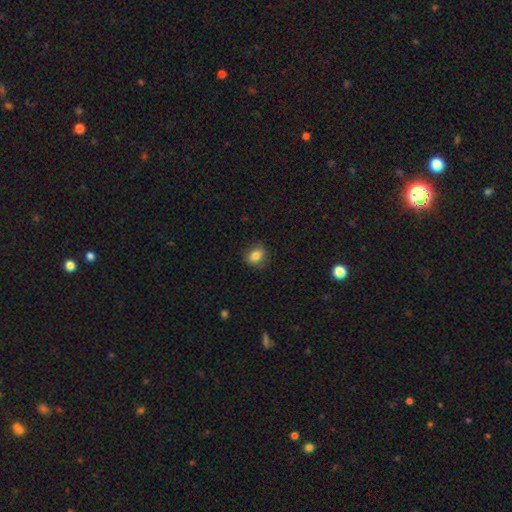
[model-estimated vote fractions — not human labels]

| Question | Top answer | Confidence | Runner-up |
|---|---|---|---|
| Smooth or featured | smooth | 82% | star or artifact (10%) |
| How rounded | in between | 59% | round (40%) |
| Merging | none | 81% | minor disturbance (15%) |